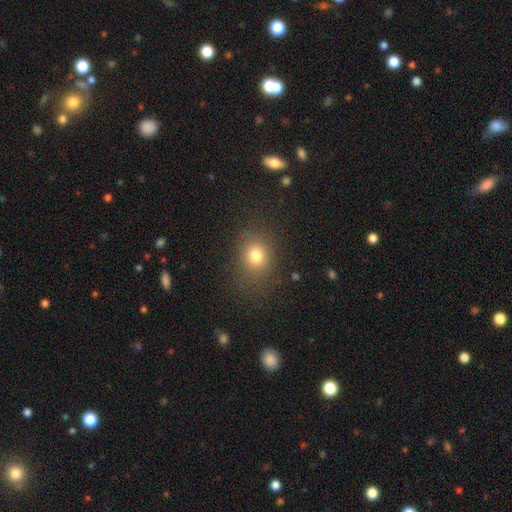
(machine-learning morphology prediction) This appears to be a smooth galaxy with no disk features (77%) that is round (58%). Merging: none (78%).